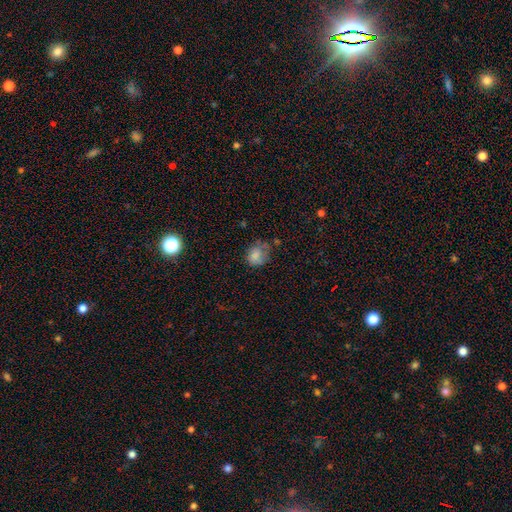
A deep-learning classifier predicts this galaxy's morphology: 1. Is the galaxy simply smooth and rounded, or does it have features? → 76% smooth, 13% featured or disk, 10% star or artifact.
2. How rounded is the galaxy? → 59% round, 40% in between, 1% cigar-shaped.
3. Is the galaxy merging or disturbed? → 49% none, 31% minor disturbance, 14% major disturbance, 5% merger.